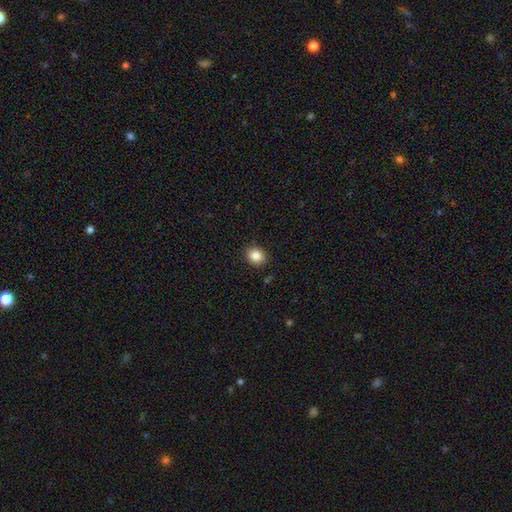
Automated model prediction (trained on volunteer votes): Smooth or featured? smooth (85%)
How rounded? round (60%)
Merging? none (89%)